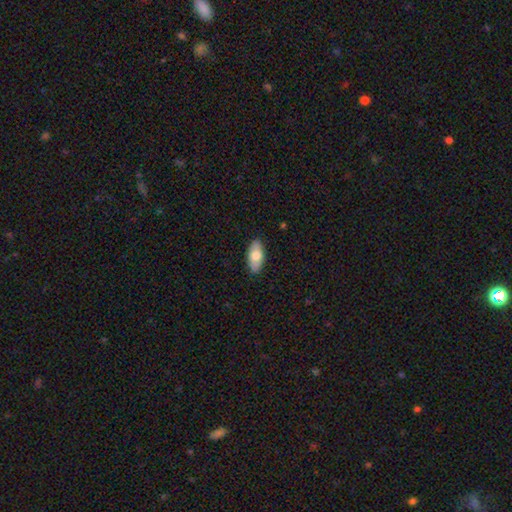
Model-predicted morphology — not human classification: smooth_or_featured: smooth (p=0.72) [alt: featured or disk p=0.22]
how_rounded: in between (p=0.92) [alt: cigar-shaped p=0.05]
merging: none (p=0.87) [alt: minor disturbance p=0.10]